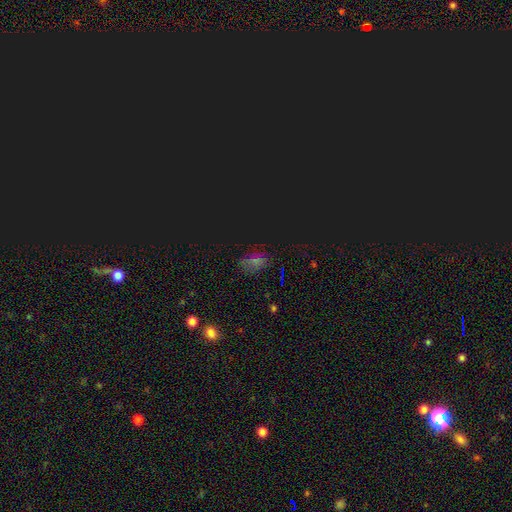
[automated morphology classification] A star or artifact, not a galaxy (53%).